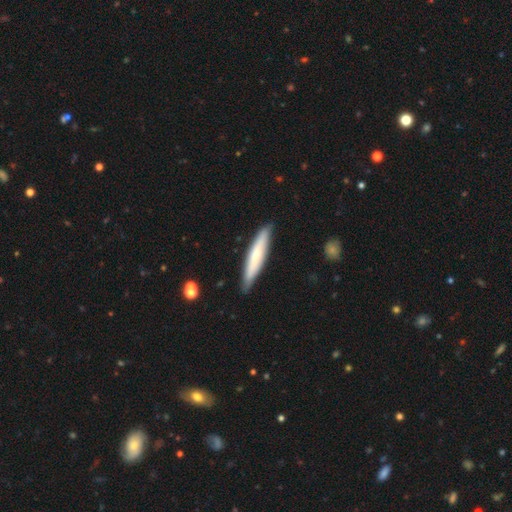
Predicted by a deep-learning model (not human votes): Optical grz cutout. It shows a smooth galaxy with no disk features (64%) that is cigar-shaped (89%). Merging: none (85%).